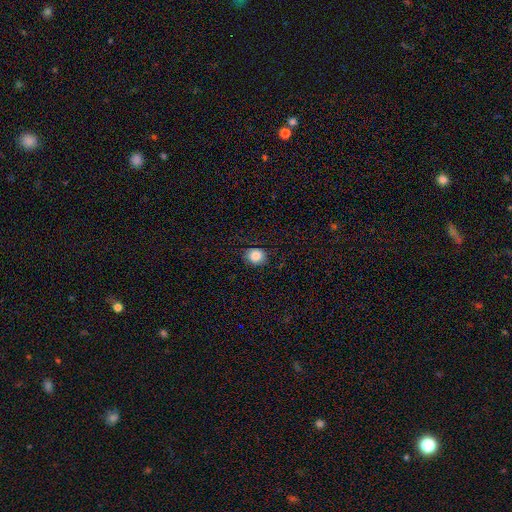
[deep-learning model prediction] Smooth or featured?
  - smooth: 85% *
  - star or artifact: 10%
  - featured or disk: 5%
How rounded?
  - round: 81% *
  - in between: 18%
  - cigar-shaped: 1%
Merging?
  - none: 86% *
  - minor disturbance: 11%
  - major disturbance: 3%
  - merger: 1%